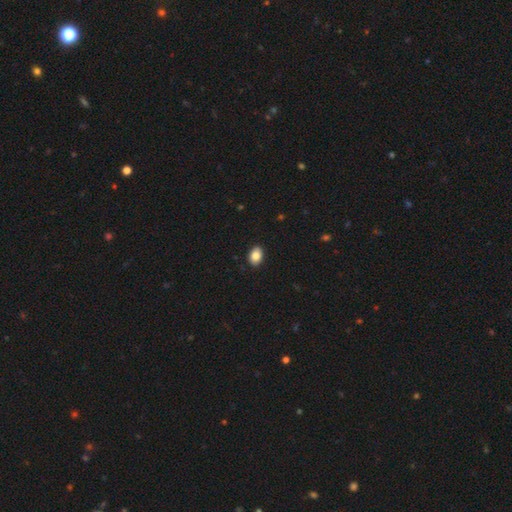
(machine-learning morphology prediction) This is clearly a smooth galaxy (85%). How rounded: clearly in between (82%). Merging: clearly none (90%).